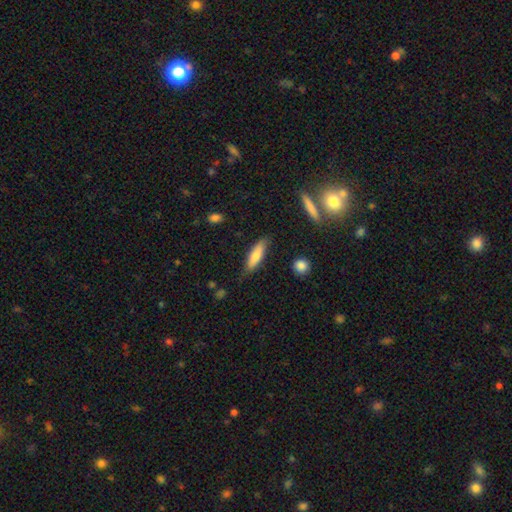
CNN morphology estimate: This appears to be a smooth galaxy with no disk features (75%) that is cigar-shaped (61%). Merging: none (78%).